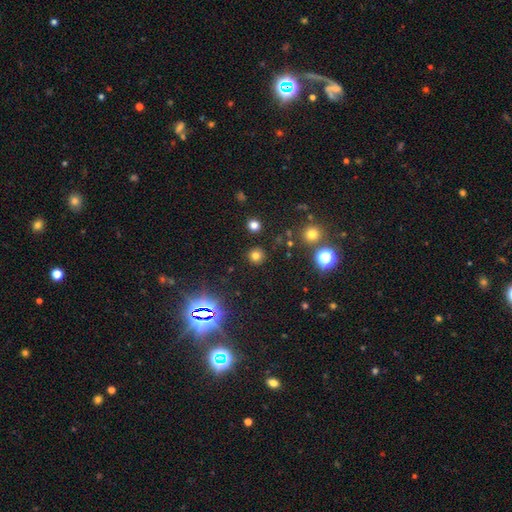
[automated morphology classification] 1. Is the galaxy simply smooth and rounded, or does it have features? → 73% smooth, 20% star or artifact, 6% featured or disk.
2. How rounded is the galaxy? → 93% round, 6% in between, 1% cigar-shaped.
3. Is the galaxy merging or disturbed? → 89% none, 6% minor disturbance, 3% merger, 2% major disturbance.